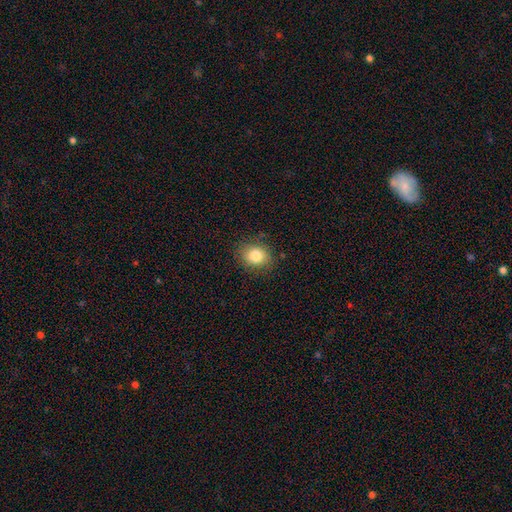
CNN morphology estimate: Smooth or featured? Predicted: smooth (p=0.83). How rounded? Predicted: round (p=0.61). Merging? Predicted: none (p=0.85).